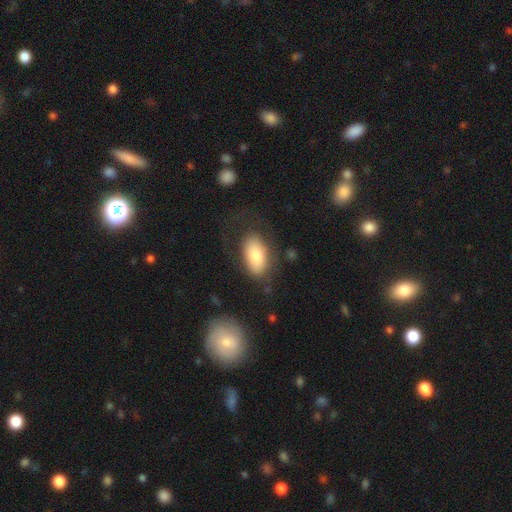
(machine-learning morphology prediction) Smooth or featured?
  - smooth: 74% *
  - featured or disk: 19%
  - star or artifact: 6%
How rounded?
  - in between: 93% *
  - round: 4%
  - cigar-shaped: 2%
Merging?
  - none: 63% *
  - minor disturbance: 19%
  - major disturbance: 14%
  - merger: 4%